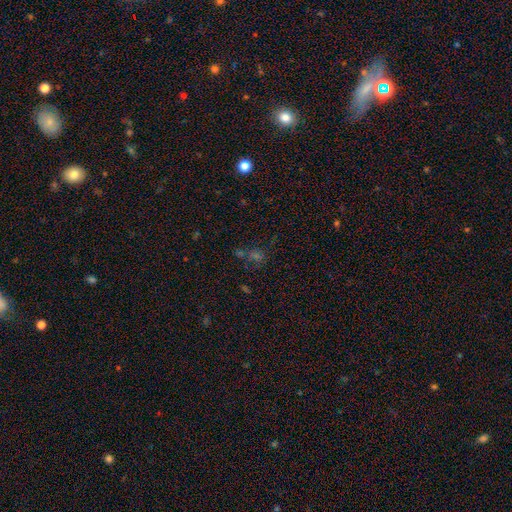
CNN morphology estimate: This is possibly a star or artifact rather than a galaxy (49%).